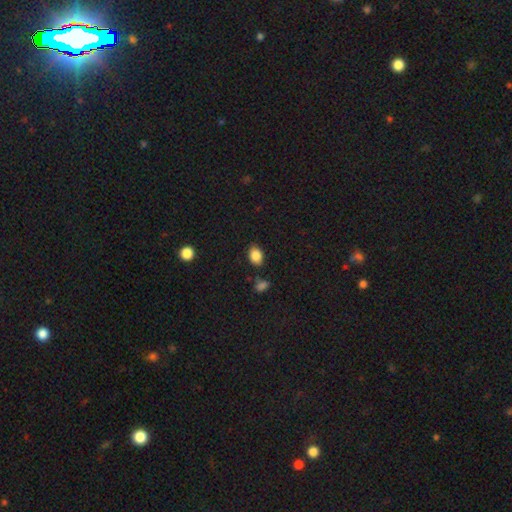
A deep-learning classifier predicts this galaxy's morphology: smooth-or-featured: smooth: 86% | star or artifact: 9% | featured or disk: 5%
  how-rounded: in between: 70% | round: 29% | cigar-shaped: 1%
  merging: none: 82% | minor disturbance: 12% | merger: 4% | major disturbance: 3%